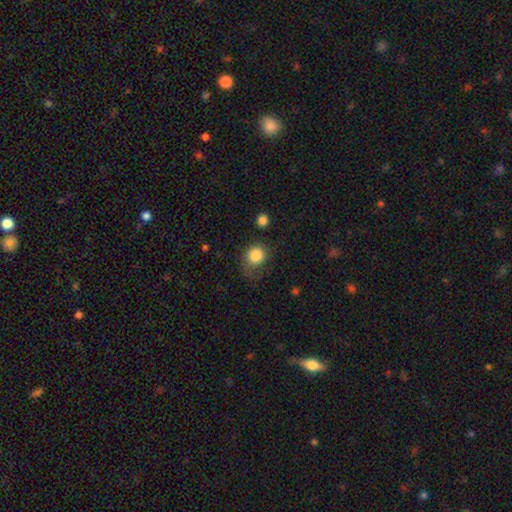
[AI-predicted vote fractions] Smooth or featured: smooth — 84% (star or artifact — 10%)
How rounded: round — 74% (in between — 25%)
Merging: none — 50% (minor disturbance — 30%)